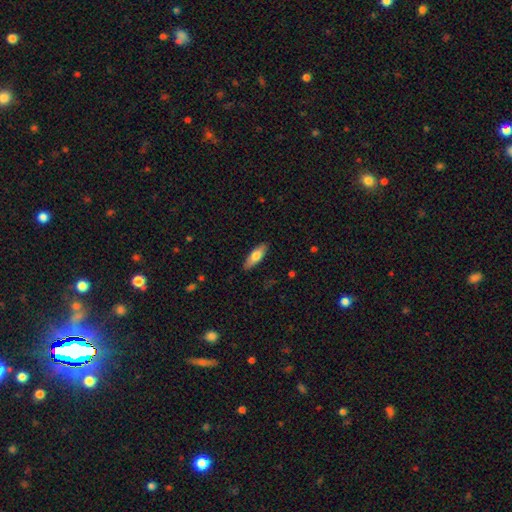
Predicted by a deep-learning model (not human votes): Smooth or featured? Predicted: smooth (p=0.73). How rounded? Predicted: in between (p=0.60). Merging? Predicted: none (p=0.87).